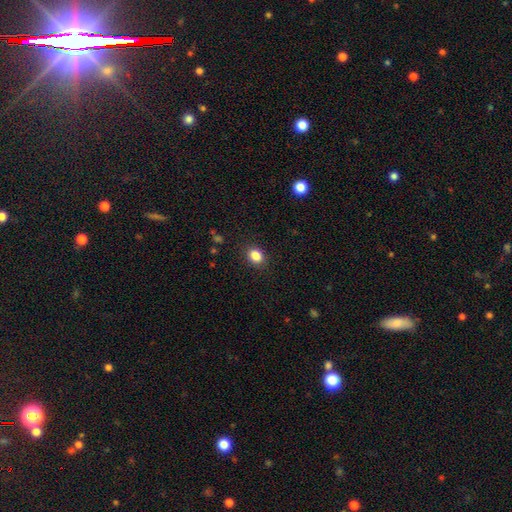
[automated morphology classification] Smooth or featured? smooth (86%)
How rounded? in between (55%)
Merging? none (88%)